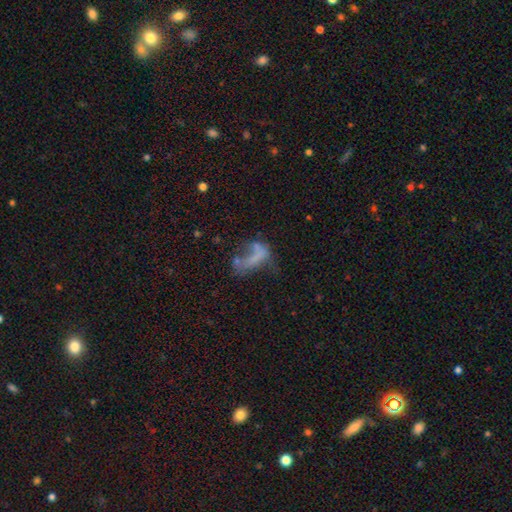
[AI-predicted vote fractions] A smooth galaxy with no disk features (42%). Merging: major disturbance (40%).